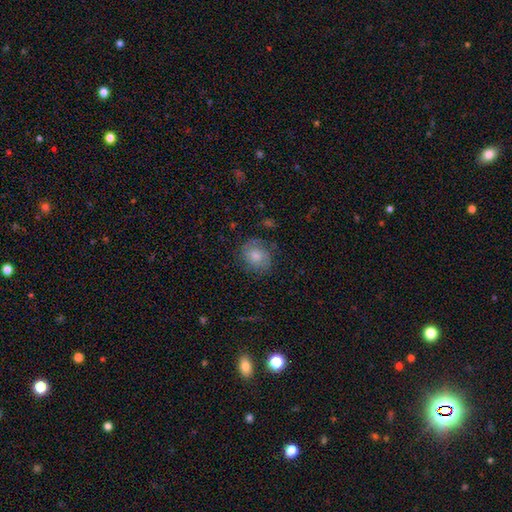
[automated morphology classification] Q: Smooth or featured?
A: smooth (68%); runner-up: featured or disk (24%)
Q: How rounded?
A: round (67%); runner-up: in between (32%)
Q: Merging?
A: none (70%); runner-up: minor disturbance (20%)